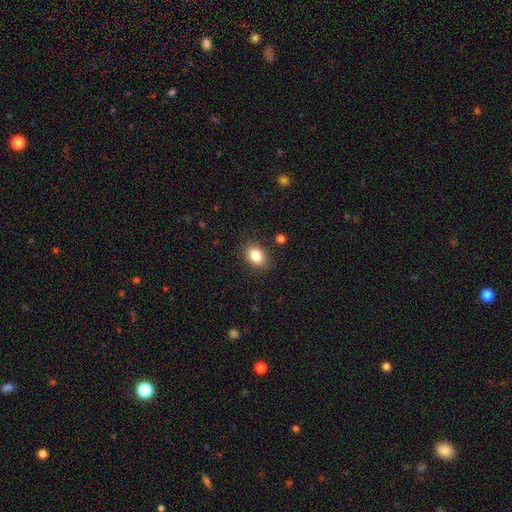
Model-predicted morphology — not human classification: Smooth or featured? smooth (85%)
How rounded? in between (76%)
Merging? none (84%)